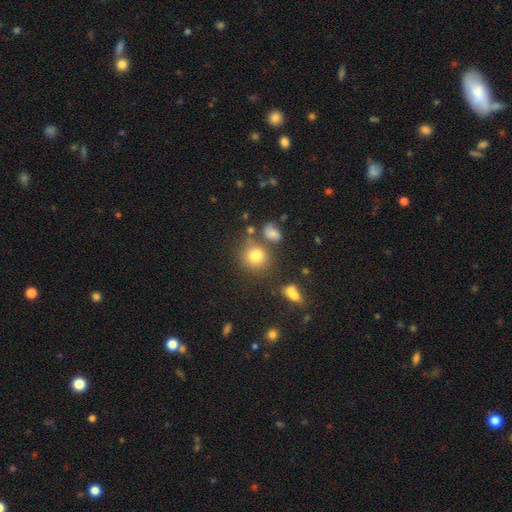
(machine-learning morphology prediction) Smooth or featured? Predicted: smooth (p=0.77). How rounded? Predicted: round (p=0.76). Merging? Predicted: none (p=0.64).